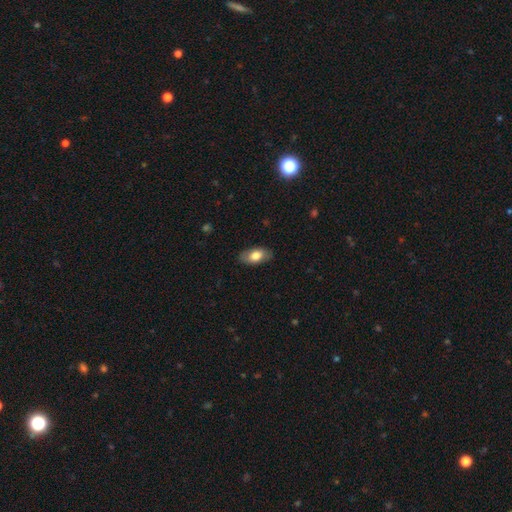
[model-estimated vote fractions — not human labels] A smooth galaxy with no disk features (75%) that is in between round and cigar-shaped (93%).

Vote fractions:
- Smooth or featured? smooth: 75% / featured or disk: 19% / star or artifact: 6%
- How rounded? in between: 93% / round: 4% / cigar-shaped: 3%
- Merging? none: 84% / minor disturbance: 12% / major disturbance: 3% / merger: 1%